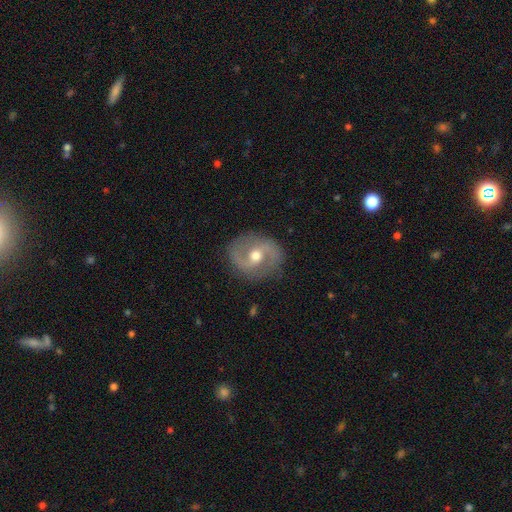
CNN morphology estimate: This appears to be a featured or disk galaxy (79%) with a weak bar (47%), 2 (91%) medium (49%) spiral arms (87%) and a moderate central bulge (77%). Merging: none (84%).